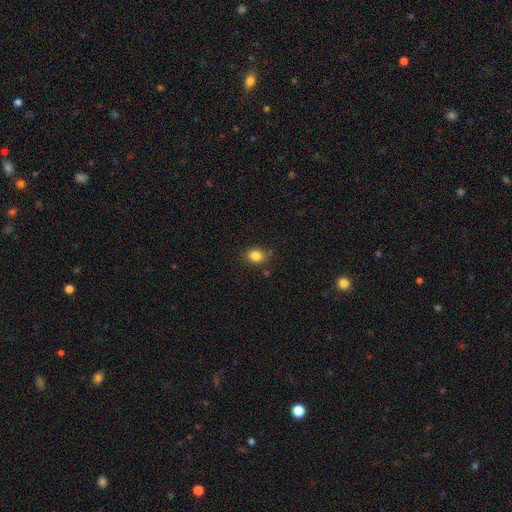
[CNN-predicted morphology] A smooth galaxy with no disk features (84%) that is in between round and cigar-shaped (50%).

Vote fractions:
- Smooth or featured? smooth: 84% / star or artifact: 10% / featured or disk: 5%
- How rounded? in between: 50% / round: 49% / cigar-shaped: 1%
- Merging? none: 81% / minor disturbance: 13% / major disturbance: 3% / merger: 3%